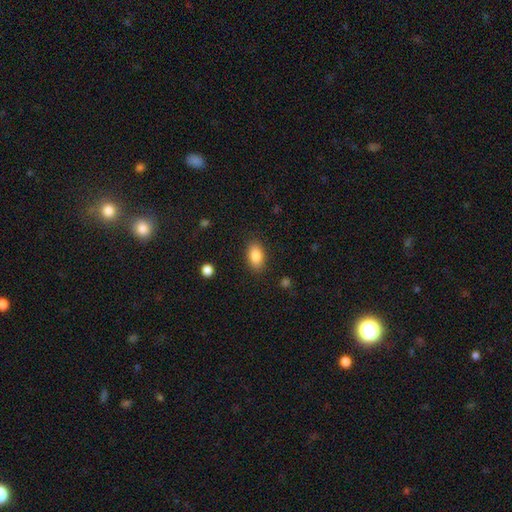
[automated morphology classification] Smooth or featured? Predicted: smooth (p=0.86). How rounded? Predicted: in between (p=0.90). Merging? Predicted: none (p=0.87).